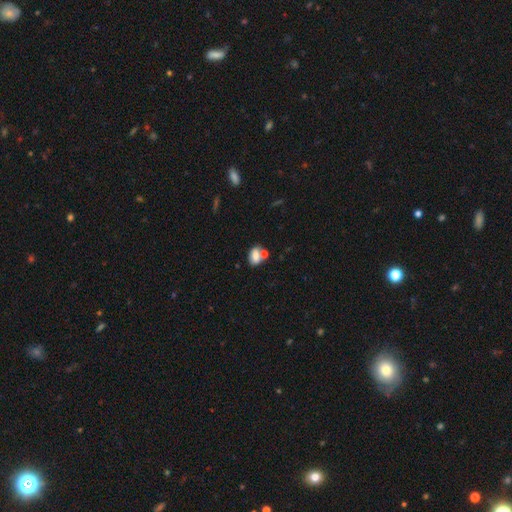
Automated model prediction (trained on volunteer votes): Smooth or featured?
  - smooth: 75% *
  - featured or disk: 16%
  - star or artifact: 10%
How rounded?
  - in between: 80% *
  - round: 17%
  - cigar-shaped: 2%
Merging?
  - none: 49% *
  - merger: 31%
  - minor disturbance: 14%
  - major disturbance: 5%